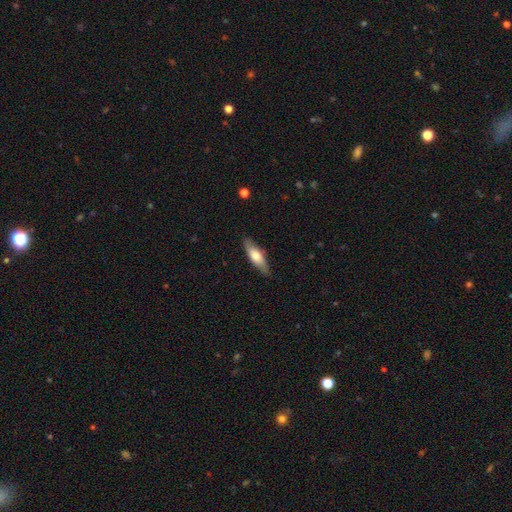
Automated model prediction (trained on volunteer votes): smooth_or_featured: smooth (p=0.61) [alt: featured or disk p=0.33]
how_rounded: cigar-shaped (p=0.54) [alt: in between p=0.44]
merging: none (p=0.84) [alt: minor disturbance p=0.12]